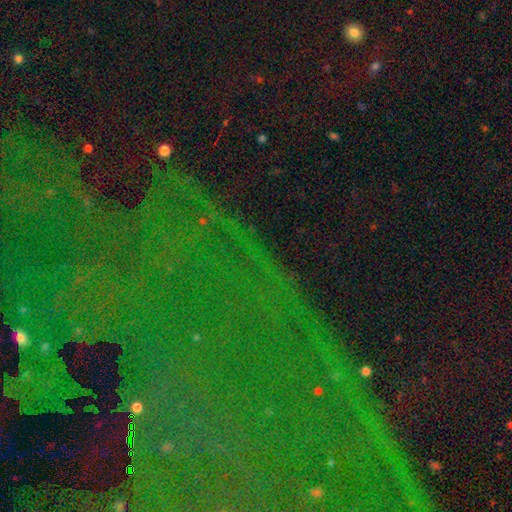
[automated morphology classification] Q: Smooth or featured?
A: star or artifact (83%); runner-up: featured or disk (9%)